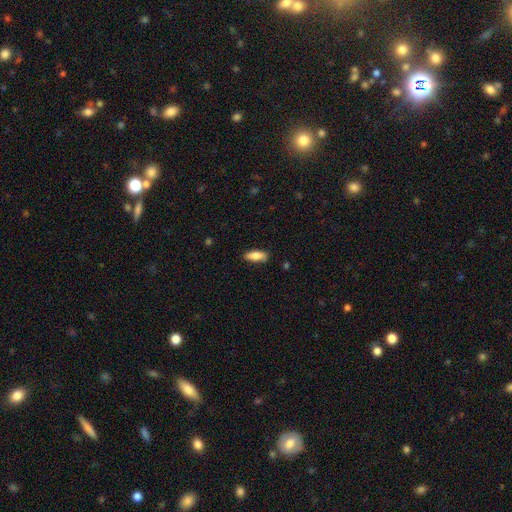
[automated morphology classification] Overall: smooth (83%). How rounded: in between (72%). Merging: none (84%).